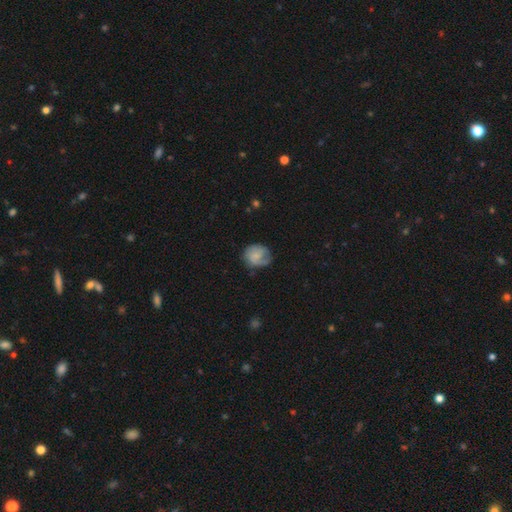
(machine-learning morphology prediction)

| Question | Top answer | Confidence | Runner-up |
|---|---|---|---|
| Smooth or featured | smooth | 51% | featured or disk (42%) |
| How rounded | round | 72% | in between (28%) |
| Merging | none | 61% | minor disturbance (26%) |